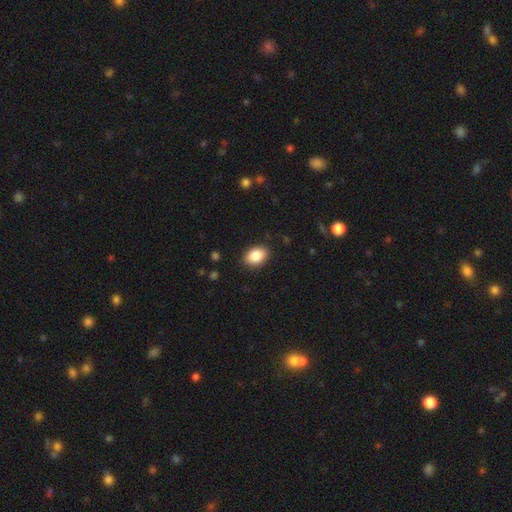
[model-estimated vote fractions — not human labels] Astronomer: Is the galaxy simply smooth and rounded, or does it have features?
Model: smooth — 87%.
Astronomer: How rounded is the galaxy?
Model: in between — 80%.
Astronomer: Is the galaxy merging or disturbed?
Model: none — 88%.